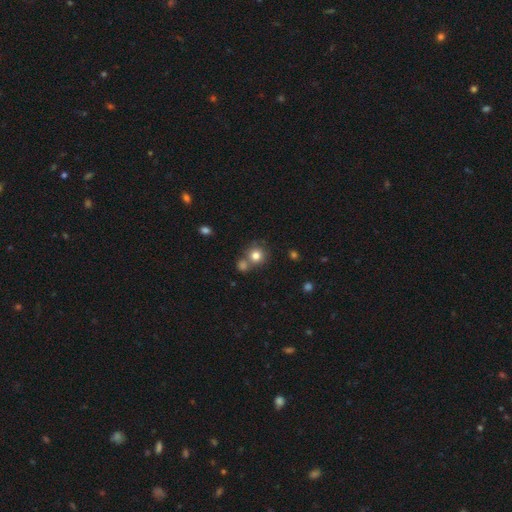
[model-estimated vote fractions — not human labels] smooth_or_featured: smooth (p=0.80) [alt: star or artifact p=0.12]
how_rounded: round (p=0.89) [alt: in between p=0.10]
merging: none (p=0.58) [alt: merger p=0.29]